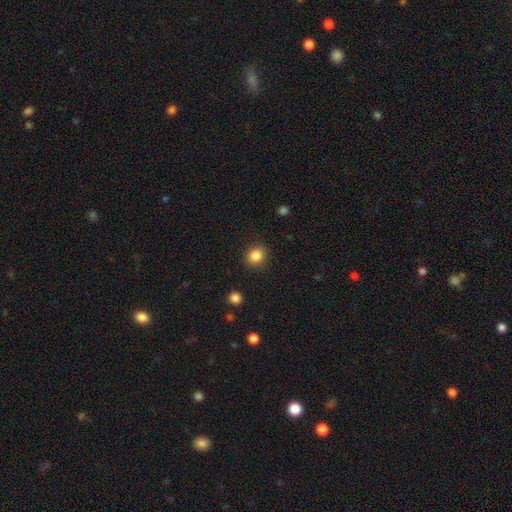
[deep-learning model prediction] This appears to be a smooth galaxy with no disk features (85%) that is round (78%). Merging: none (90%).